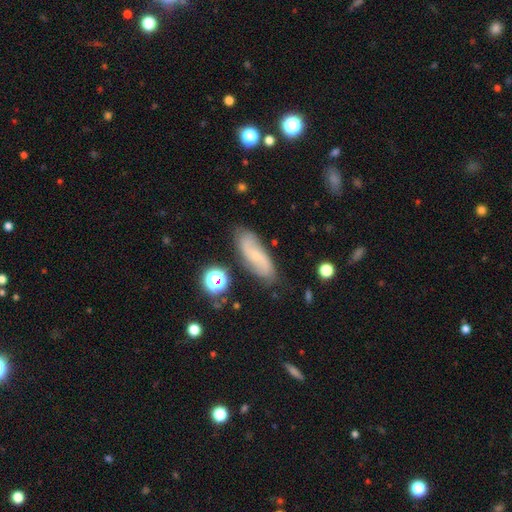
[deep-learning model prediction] A featured or disk galaxy (55%). Merging: none (79%).